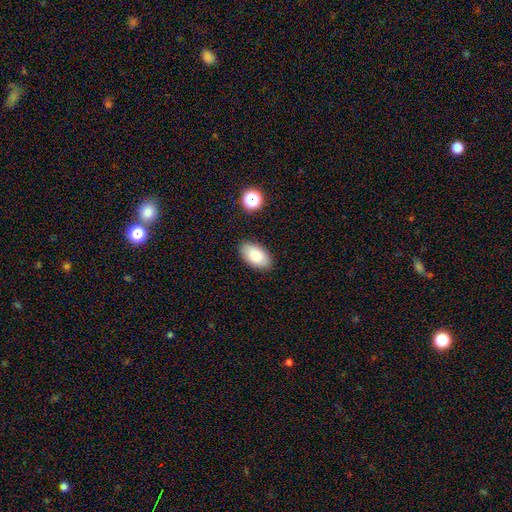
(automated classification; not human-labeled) smooth 83%, featured or disk 10%, star or artifact 8%. Down the decision tree: how rounded — in between (95%); merging — none (87%).